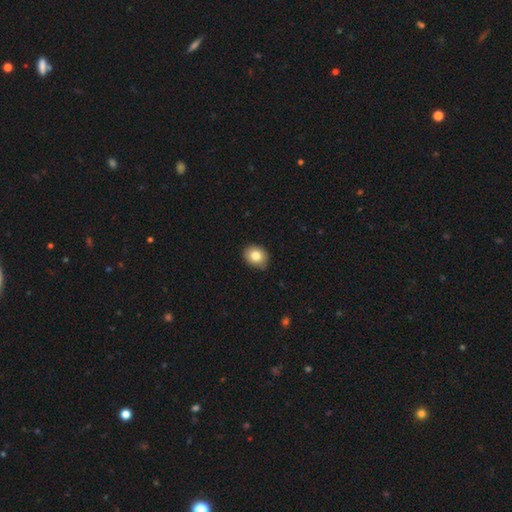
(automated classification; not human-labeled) A smooth galaxy with no disk features (82%) that is round (55%).

Vote fractions:
- Smooth or featured? smooth: 82% / star or artifact: 9% / featured or disk: 8%
- How rounded? round: 55% / in between: 44% / cigar-shaped: 1%
- Merging? none: 81% / minor disturbance: 15% / major disturbance: 2% / merger: 1%